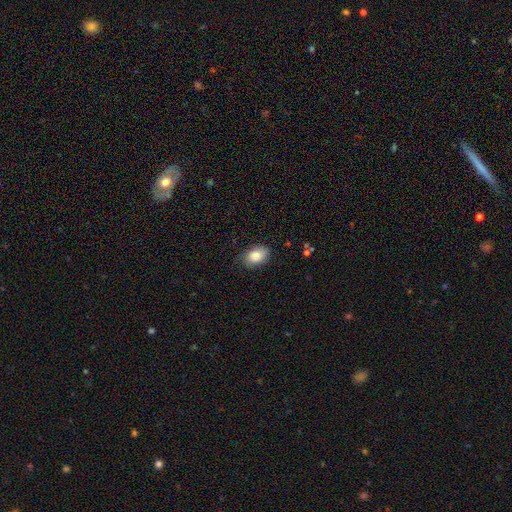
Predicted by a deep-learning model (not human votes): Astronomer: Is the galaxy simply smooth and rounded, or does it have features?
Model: smooth — 83%.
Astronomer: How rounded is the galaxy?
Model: in between — 86%.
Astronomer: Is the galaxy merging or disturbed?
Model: none — 78%.